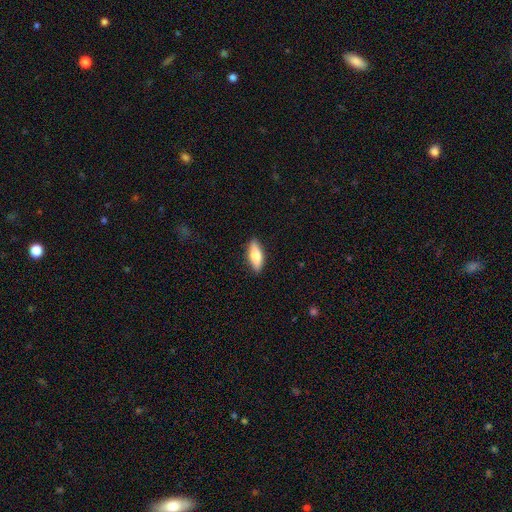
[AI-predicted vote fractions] smooth 62%, featured or disk 32%, star or artifact 6%. Down the decision tree: how rounded — in between (66%); merging — none (88%).